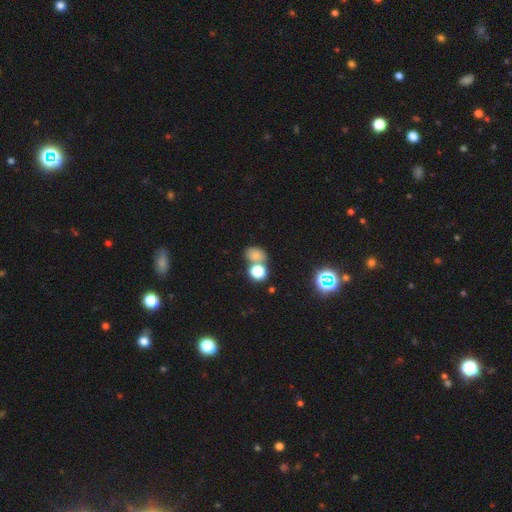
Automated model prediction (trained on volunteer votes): smooth-or-featured: smooth: 76% | star or artifact: 16% | featured or disk: 8%
  how-rounded: in between: 54% | round: 45% | cigar-shaped: 1%
  merging: none: 43% | merger: 40% | minor disturbance: 11% | major disturbance: 6%